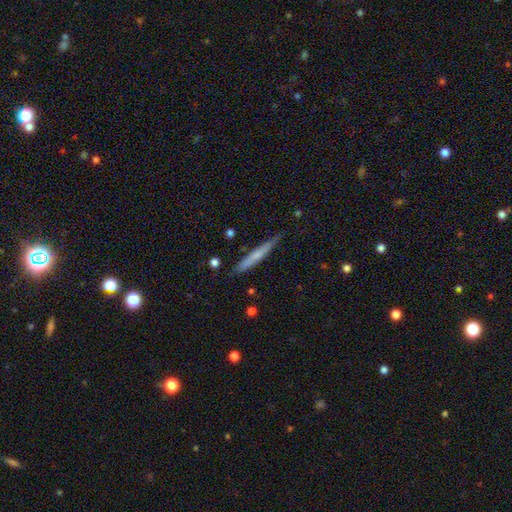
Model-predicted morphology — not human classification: Overall: smooth (53%; featured or disk 41%). How rounded: cigar-shaped (95%). Merging: none (80%).